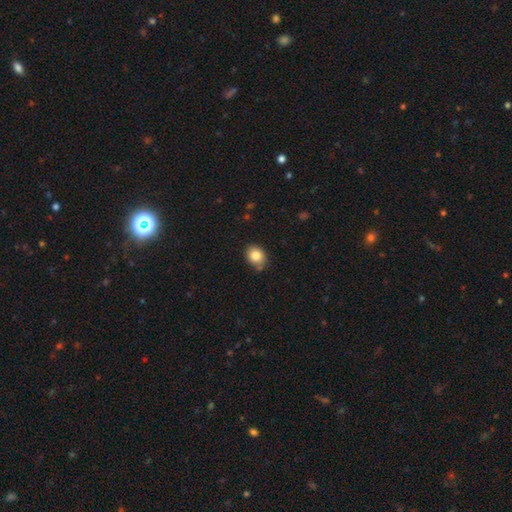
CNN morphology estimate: This appears to be a smooth galaxy with no disk features (83%) that is in between round and cigar-shaped (50%). Merging: none (74%).